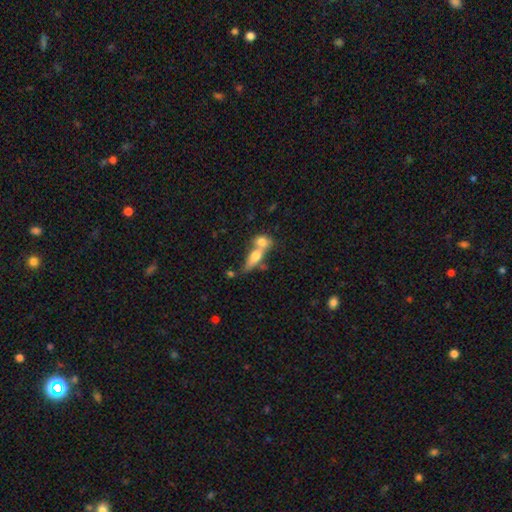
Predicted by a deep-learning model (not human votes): Smooth or featured? Predicted: smooth (p=0.66). How rounded? Predicted: in between (p=0.62). Merging? Predicted: merger (p=0.65).